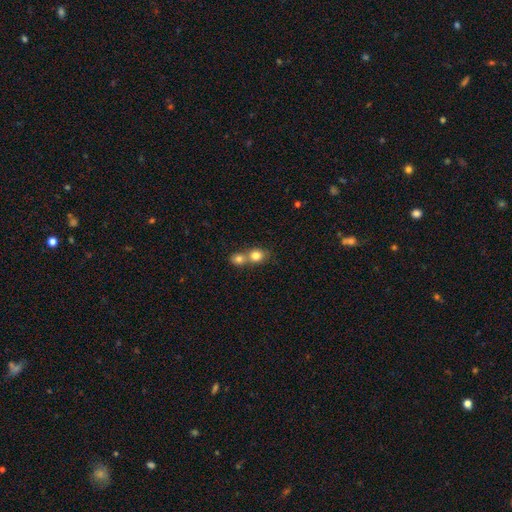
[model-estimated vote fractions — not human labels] Overall: smooth (79%). How rounded: round (71%). Merging: merger (63%; none 29%).